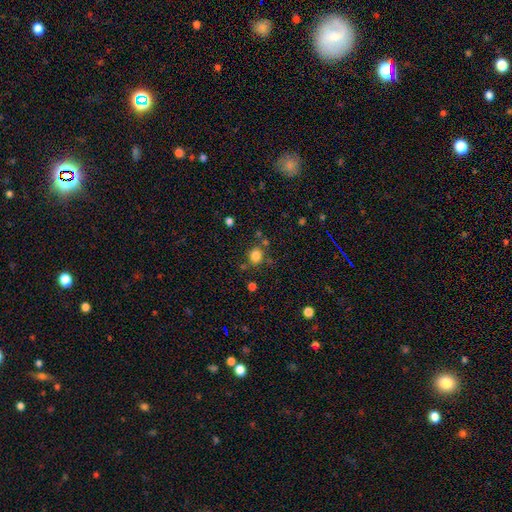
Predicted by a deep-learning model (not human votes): Q: Smooth or featured?
A: smooth (82%); runner-up: star or artifact (13%)
Q: How rounded?
A: round (69%); runner-up: in between (30%)
Q: Merging?
A: none (75%); runner-up: minor disturbance (12%)